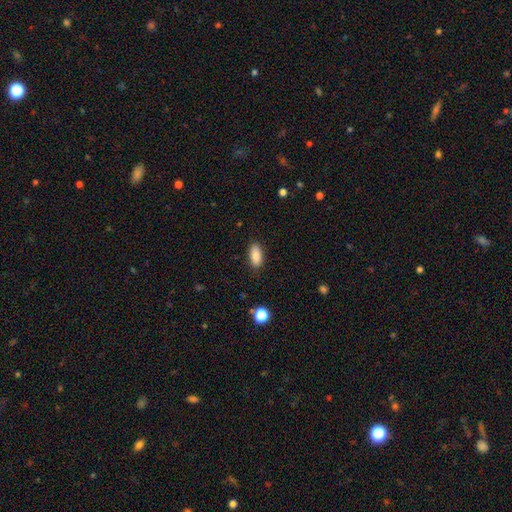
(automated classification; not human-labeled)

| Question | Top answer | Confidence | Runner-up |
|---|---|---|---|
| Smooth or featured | smooth | 86% | star or artifact (8%) |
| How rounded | in between | 88% | cigar-shaped (9%) |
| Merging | none | 86% | minor disturbance (10%) |